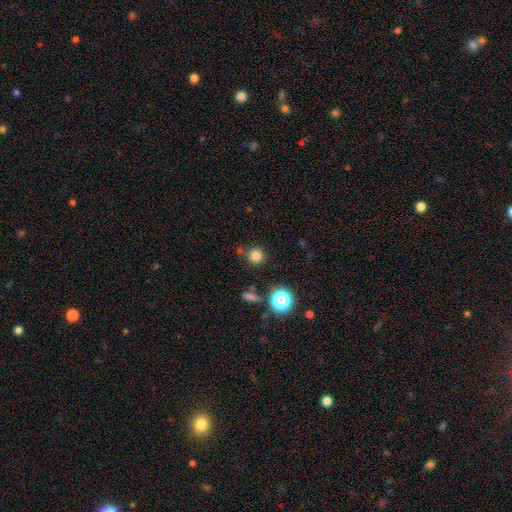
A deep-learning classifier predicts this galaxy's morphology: Smooth or featured? smooth (77%)
How rounded? round (93%)
Merging? none (82%)